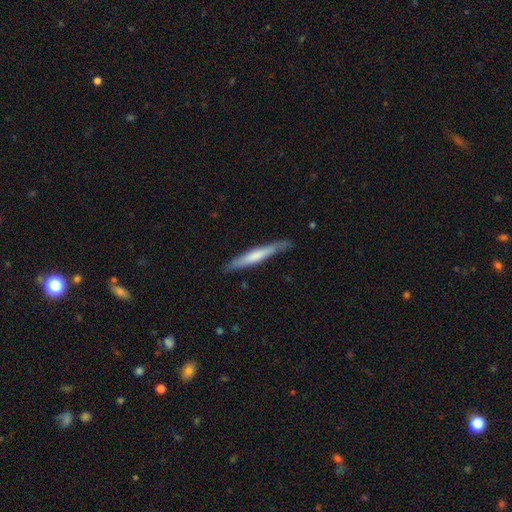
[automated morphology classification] smooth-or-featured: smooth: 56% | featured or disk: 39% | star or artifact: 5%
  how-rounded: cigar-shaped: 95% | in between: 4% | round: 1%
  merging: none: 81% | minor disturbance: 15% | major disturbance: 3% | merger: 1%